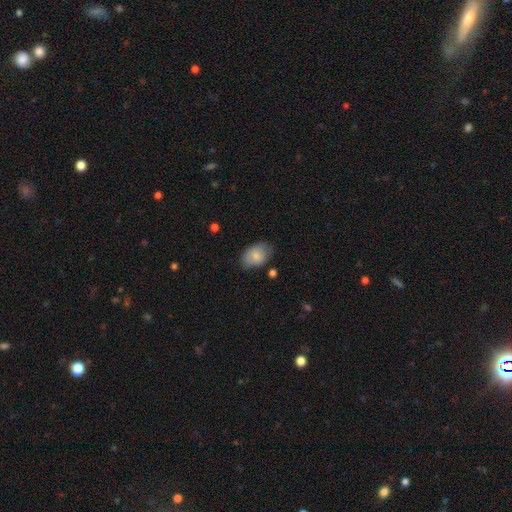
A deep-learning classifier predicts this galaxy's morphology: smooth-or-featured: smooth: 80% | featured or disk: 13% | star or artifact: 7%
  how-rounded: in between: 86% | round: 13% | cigar-shaped: 1%
  merging: none: 72% | minor disturbance: 21% | major disturbance: 4% | merger: 2%